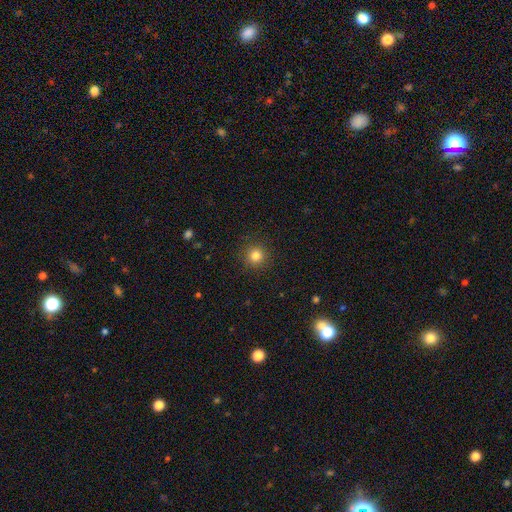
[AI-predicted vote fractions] Smooth or featured?
  - smooth: 82% *
  - star or artifact: 13%
  - featured or disk: 5%
How rounded?
  - round: 95% *
  - in between: 4%
  - cigar-shaped: 1%
Merging?
  - none: 91% *
  - minor disturbance: 6%
  - major disturbance: 2%
  - merger: 1%